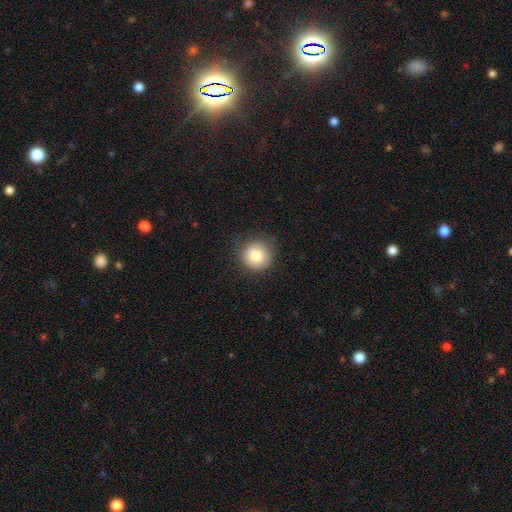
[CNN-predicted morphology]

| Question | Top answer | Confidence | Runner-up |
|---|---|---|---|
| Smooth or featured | smooth | 81% | featured or disk (10%) |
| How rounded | round | 94% | in between (5%) |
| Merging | none | 82% | minor disturbance (14%) |